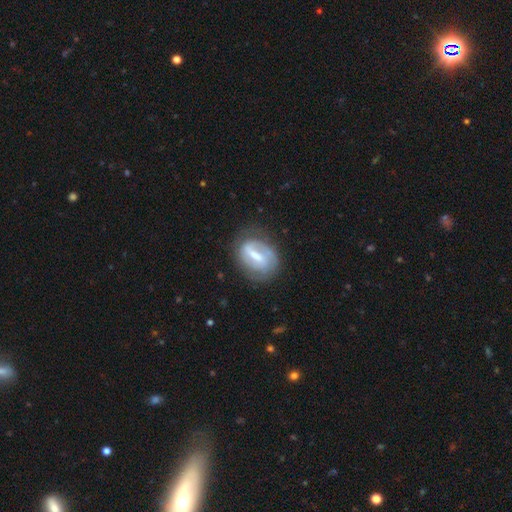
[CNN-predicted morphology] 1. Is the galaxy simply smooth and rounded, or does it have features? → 68% featured or disk, 25% smooth, 6% star or artifact.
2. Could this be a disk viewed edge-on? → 93% no, 7% yes.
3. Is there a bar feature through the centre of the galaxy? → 59% strong, 32% weak, 8% no.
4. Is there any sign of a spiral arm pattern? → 67% yes, 33% no.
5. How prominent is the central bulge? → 45% moderate, 34% small, 11% none, 8% large, 1% dominant.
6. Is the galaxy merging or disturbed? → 65% none, 22% minor disturbance, 11% major disturbance, 2% merger.